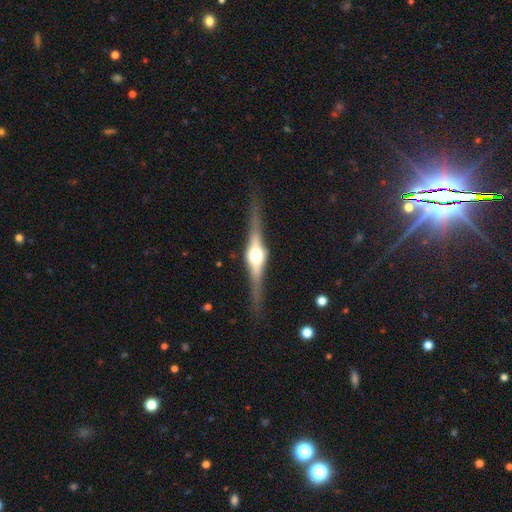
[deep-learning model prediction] Smooth or featured?
  - featured or disk: 85% *
  - smooth: 10%
  - star or artifact: 5%
Edge-on disk?
  - yes: 98% *
  - no: 2%
Edge-on bulge?
  - rounded: 92% *
  - boxy: 6%
  - none: 1%
Merging?
  - none: 87% *
  - minor disturbance: 10%
  - major disturbance: 3%
  - merger: 1%